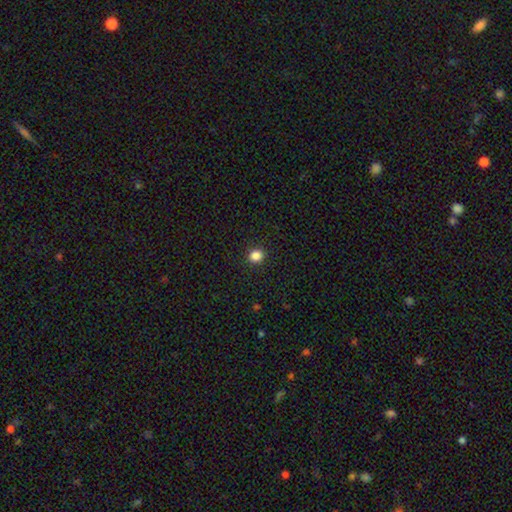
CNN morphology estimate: type=smooth (85%); roundness=round (84%); merging=none (92%).